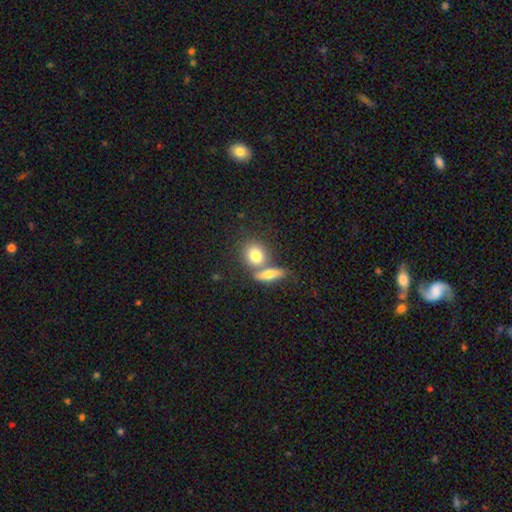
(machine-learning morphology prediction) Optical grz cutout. It shows a smooth galaxy with no disk features (78%) that is round (56%). Merging: merger (45%).